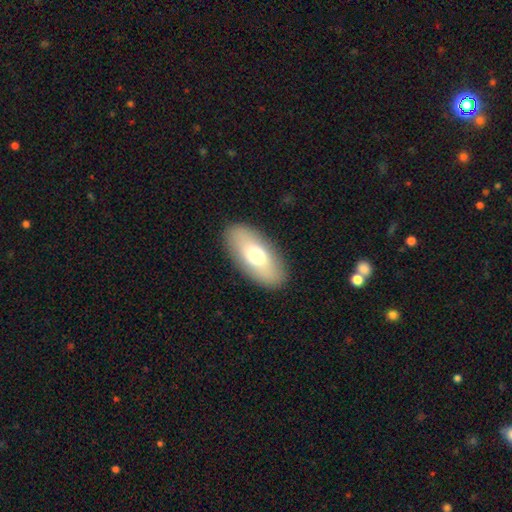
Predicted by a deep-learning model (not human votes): smooth_or_featured: smooth (p=0.66) [alt: featured or disk p=0.28]
how_rounded: in between (p=0.88) [alt: cigar-shaped p=0.08]
merging: none (p=0.89) [alt: minor disturbance p=0.08]